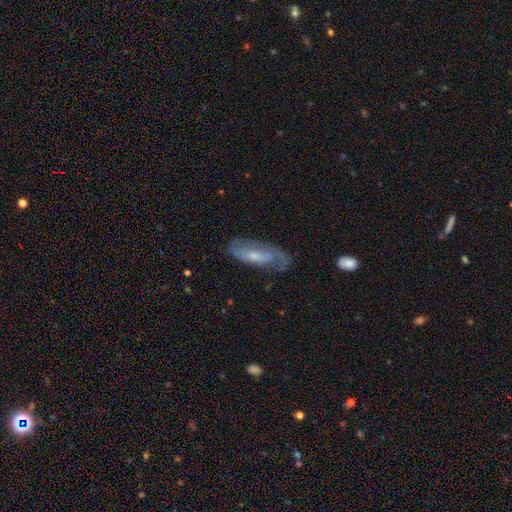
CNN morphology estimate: This appears to be a featured or disk galaxy (65%) with no bar (49%), spiral arms (79%) and a small central bulge (45%). Merging: none (51%).